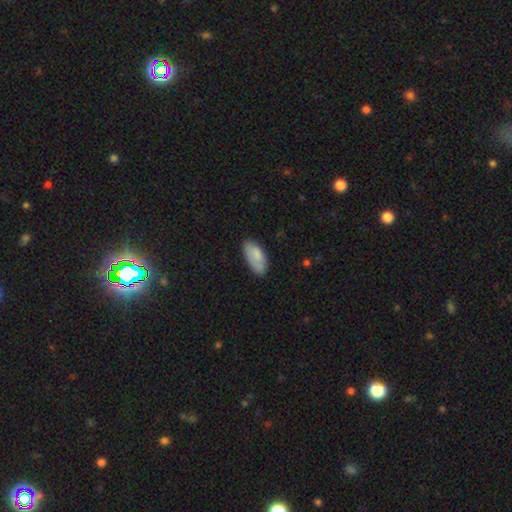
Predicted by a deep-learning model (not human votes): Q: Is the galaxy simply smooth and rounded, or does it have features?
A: smooth — 82%.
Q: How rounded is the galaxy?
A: in between — 91%.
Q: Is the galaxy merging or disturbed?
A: none — 74%.